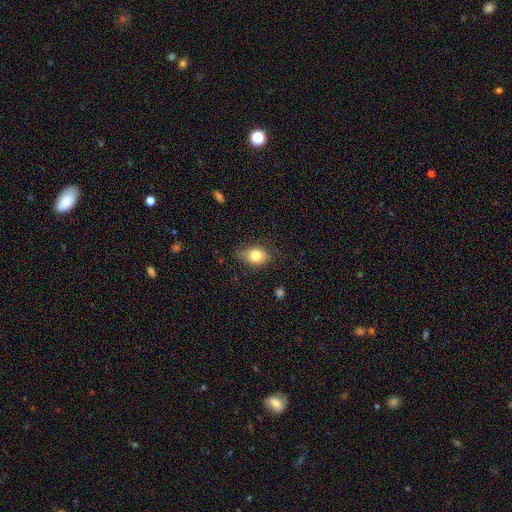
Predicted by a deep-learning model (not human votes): Q: Smooth or featured?
A: smooth (80%); runner-up: featured or disk (11%)
Q: How rounded?
A: in between (60%); runner-up: round (39%)
Q: Merging?
A: none (70%); runner-up: minor disturbance (23%)